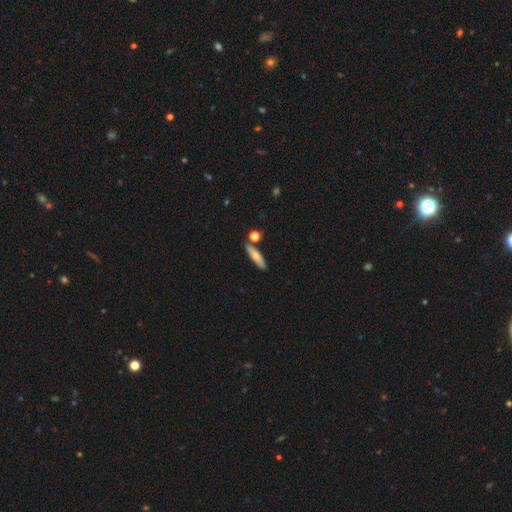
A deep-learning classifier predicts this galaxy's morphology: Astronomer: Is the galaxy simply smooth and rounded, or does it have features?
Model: smooth — 69%.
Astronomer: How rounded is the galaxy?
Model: cigar-shaped — 69%.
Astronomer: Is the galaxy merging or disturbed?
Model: none — 78%.